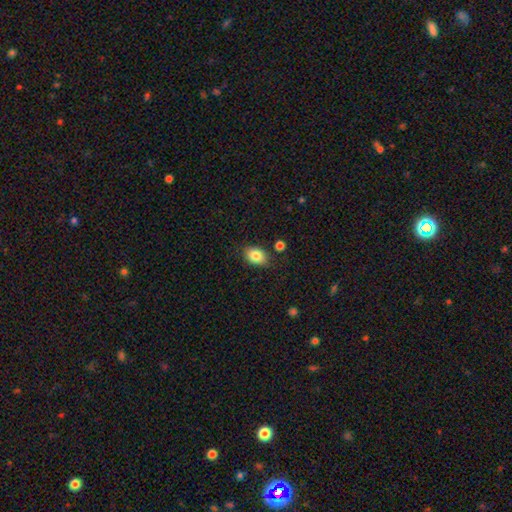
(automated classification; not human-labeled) This is clearly a smooth galaxy (84%). How rounded: likely in between (76%). Merging: likely none (80%).